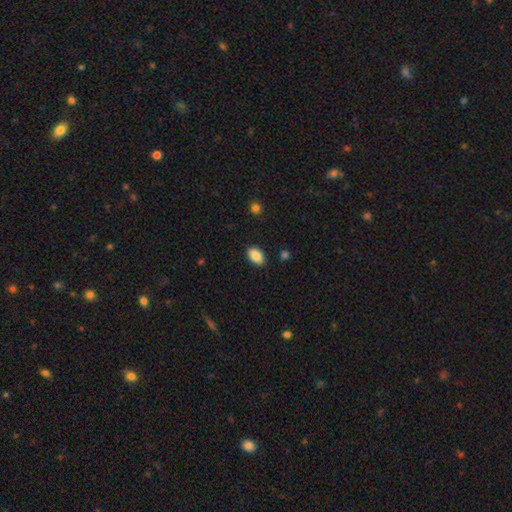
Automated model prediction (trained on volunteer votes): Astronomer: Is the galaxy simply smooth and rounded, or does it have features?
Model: smooth — 88%.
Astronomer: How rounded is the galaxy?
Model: in between — 90%.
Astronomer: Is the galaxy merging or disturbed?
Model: none — 87%.